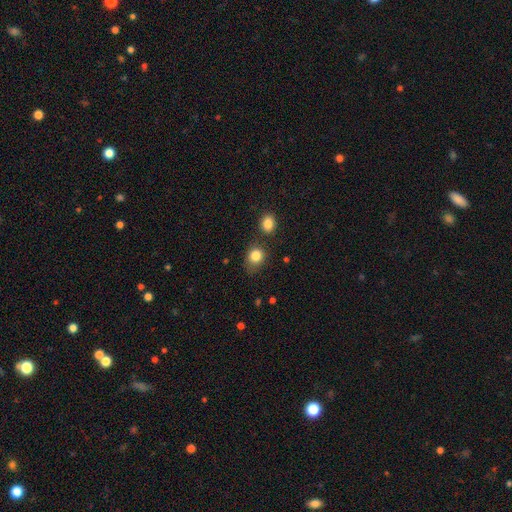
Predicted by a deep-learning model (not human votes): Smooth or featured: smooth — 84% (star or artifact — 11%)
How rounded: round — 70% (in between — 30%)
Merging: none — 65% (minor disturbance — 20%)